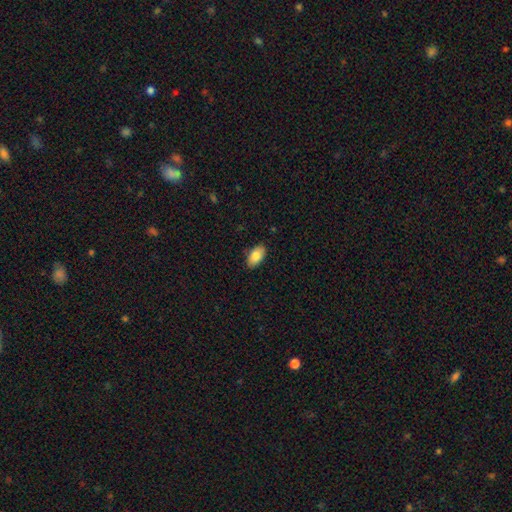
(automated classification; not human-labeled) A smooth galaxy with no disk features (83%) that is in between round and cigar-shaped (94%). Merging: none (88%).